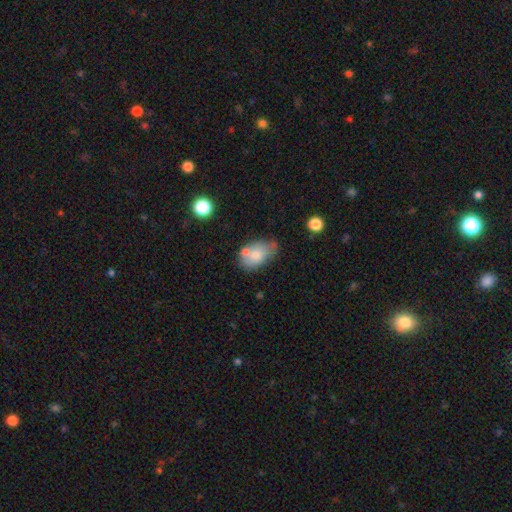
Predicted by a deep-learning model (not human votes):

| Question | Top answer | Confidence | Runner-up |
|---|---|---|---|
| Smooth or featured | smooth | 74% | featured or disk (18%) |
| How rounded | in between | 88% | round (11%) |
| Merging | none | 46% | minor disturbance (27%) |